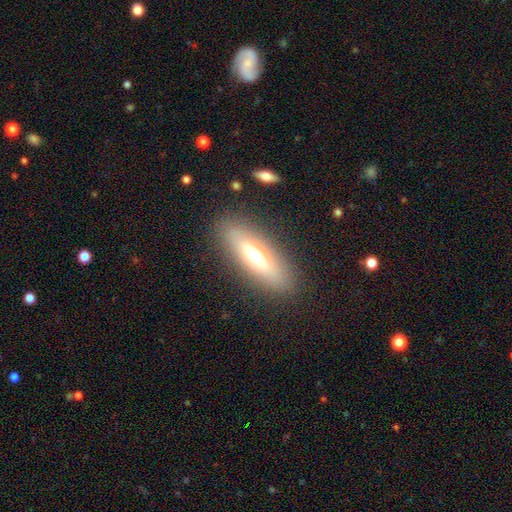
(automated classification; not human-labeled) This is possibly a smooth galaxy (55%). How rounded: possibly in between (51%). Merging: clearly none (86%).